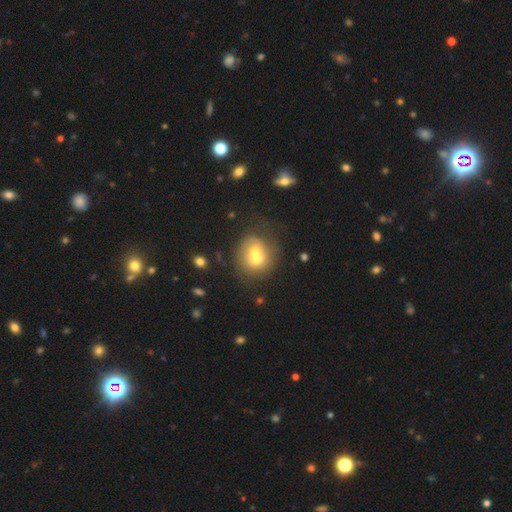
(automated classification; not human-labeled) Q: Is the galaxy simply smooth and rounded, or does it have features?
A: smooth — 53%.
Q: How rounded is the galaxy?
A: round — 71%.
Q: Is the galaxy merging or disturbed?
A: merger — 56%.